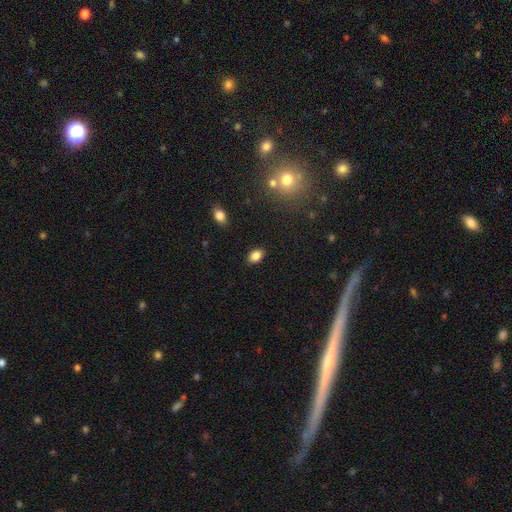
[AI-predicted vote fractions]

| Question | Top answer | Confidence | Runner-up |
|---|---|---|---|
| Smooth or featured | smooth | 85% | star or artifact (9%) |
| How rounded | in between | 83% | round (15%) |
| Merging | none | 88% | minor disturbance (9%) |